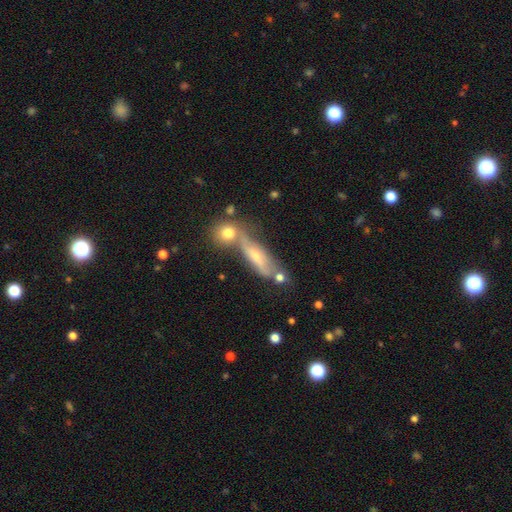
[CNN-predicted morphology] type=smooth (41%, tied with featured or disk); merging=merger (47%).